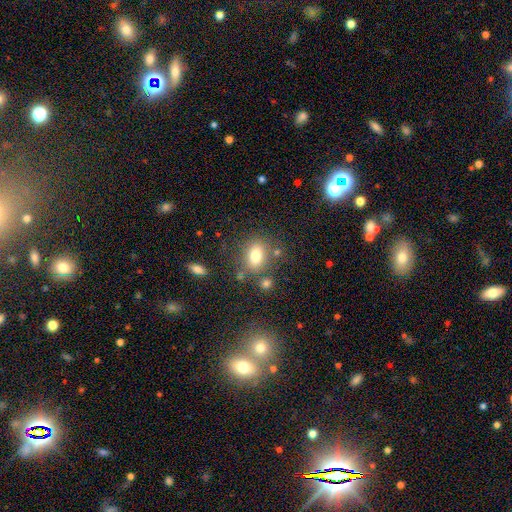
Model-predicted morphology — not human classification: The model was most divided on "how rounded": in between: 65%, round: 33%, cigar-shaped: 2%. More confident: smooth or featured — smooth (78%); merging — none (68%).